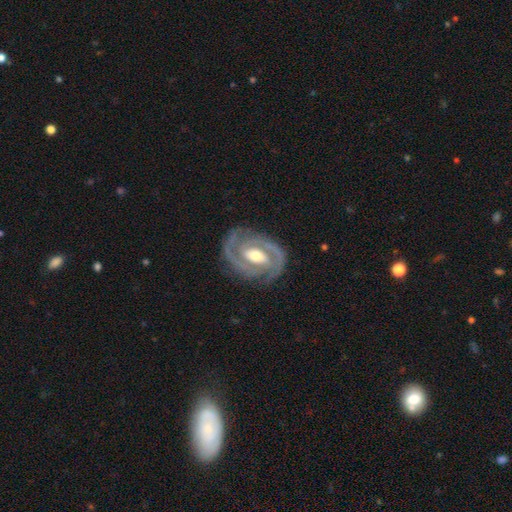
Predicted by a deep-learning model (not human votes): Smooth or featured?
  - featured or disk: 92% *
  - smooth: 5%
  - star or artifact: 4%
Edge-on disk?
  - no: 97% *
  - yes: 3%
Bar?
  - weak: 41% *
  - strong: 30%
  - no: 29%
Spiral arms?
  - yes: 97% *
  - no: 3%
Spiral winding?
  - tight: 62% *
  - medium: 34%
  - loose: 4%
Spiral arm count?
  - 2: 87% *
  - 3: 5%
  - can't tell: 3%
  - 1: 2%
  - 4: 1%
  - more than 4: 1%
Bulge size?
  - moderate: 70% *
  - small: 16%
  - large: 11%
  - none: 1%
  - dominant: 1%
Merging?
  - none: 83% *
  - minor disturbance: 12%
  - major disturbance: 4%
  - merger: 1%